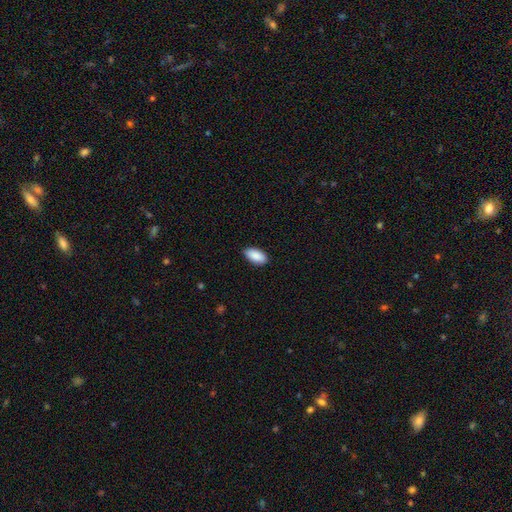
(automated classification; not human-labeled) Smooth or featured? smooth (90%)
How rounded? in between (94%)
Merging? none (87%)